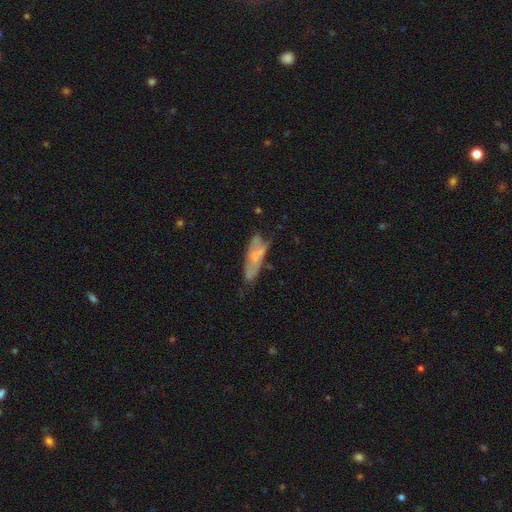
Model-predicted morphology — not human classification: smooth 48%, featured or disk 44%, star or artifact 8%. Down the decision tree: merging — none (49%).